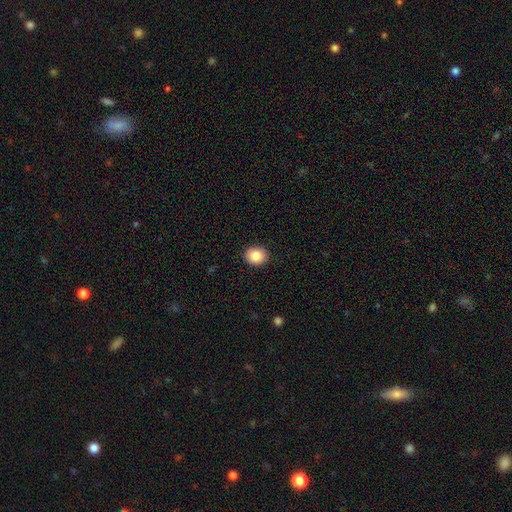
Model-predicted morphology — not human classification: smooth_or_featured: smooth (p=0.86) [alt: star or artifact p=0.09]
how_rounded: round (p=0.64) [alt: in between p=0.35]
merging: none (p=0.91) [alt: minor disturbance p=0.07]